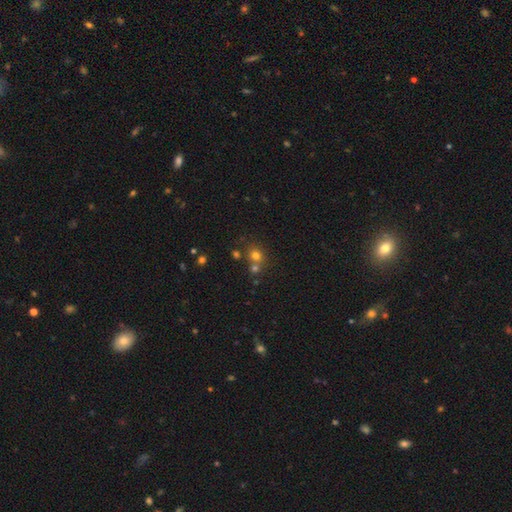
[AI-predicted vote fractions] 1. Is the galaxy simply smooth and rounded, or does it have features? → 71% smooth, 20% star or artifact, 9% featured or disk.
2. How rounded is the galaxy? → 83% round, 16% in between, 1% cigar-shaped.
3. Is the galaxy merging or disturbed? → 58% none, 31% merger, 8% minor disturbance, 3% major disturbance.